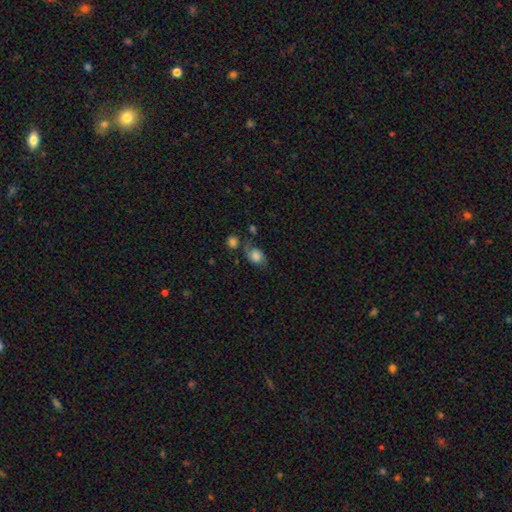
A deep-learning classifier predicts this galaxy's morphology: This is likely a smooth galaxy (64%). How rounded: likely in between (61%). Merging: possibly none (45%).